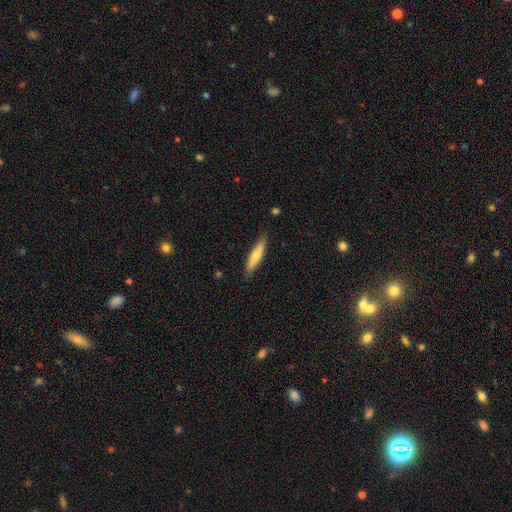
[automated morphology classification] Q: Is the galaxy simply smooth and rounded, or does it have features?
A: smooth — 70%.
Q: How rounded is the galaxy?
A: cigar-shaped — 81%.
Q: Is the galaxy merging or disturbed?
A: none — 83%.